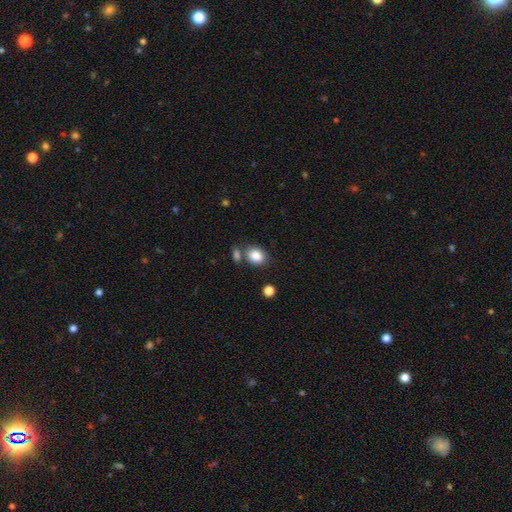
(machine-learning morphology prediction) type=smooth (86%); roundness=in between (56%); merging=none (67%).